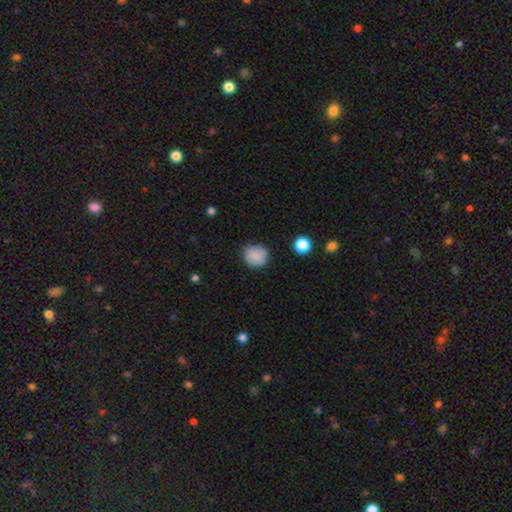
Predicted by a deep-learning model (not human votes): smooth-or-featured: smooth: 86% | star or artifact: 9% | featured or disk: 5%
  how-rounded: round: 89% | in between: 10% | cigar-shaped: 1%
  merging: none: 85% | minor disturbance: 11% | major disturbance: 3% | merger: 1%